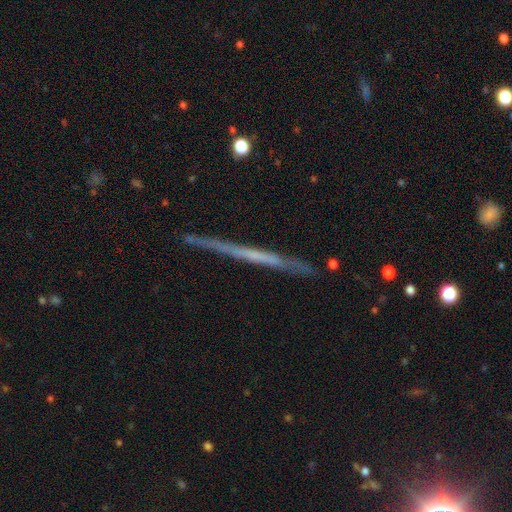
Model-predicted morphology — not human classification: A featured or disk galaxy (62%) viewed edge-on (97%) with no central bulge (90%).

Vote fractions:
- Smooth or featured? featured or disk: 62% / smooth: 32% / star or artifact: 6%
- Edge-on disk? yes: 97% / no: 3%
- Edge-on bulge? none: 90% / rounded: 6% / boxy: 4%
- Merging? none: 87% / minor disturbance: 9% / major disturbance: 2% / merger: 1%